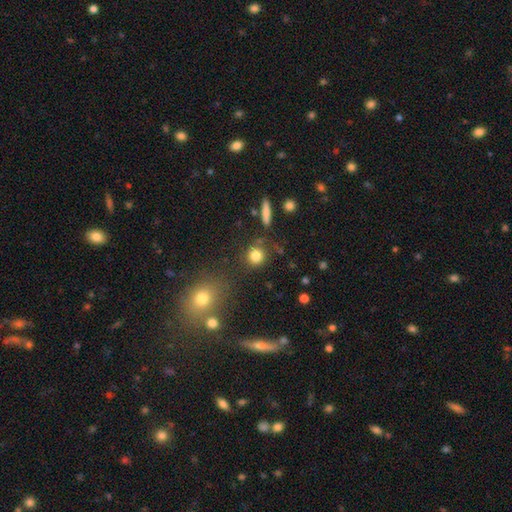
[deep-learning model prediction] Smooth or featured: smooth — 82% (star or artifact — 12%)
How rounded: round — 87% (in between — 11%)
Merging: none — 80% (minor disturbance — 10%)